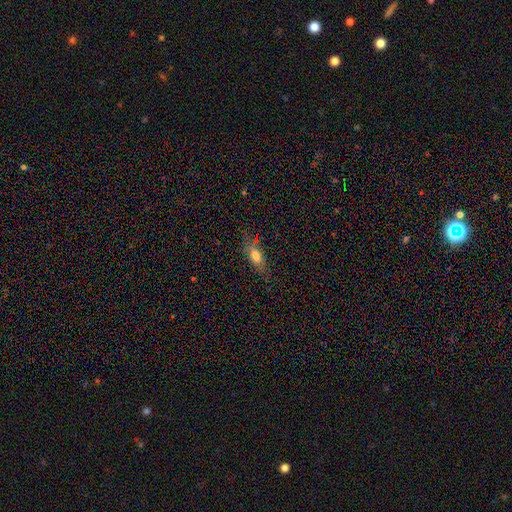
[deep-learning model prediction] smooth_or_featured: smooth (p=0.71) [alt: featured or disk p=0.20]
how_rounded: in between (p=0.72) [alt: cigar-shaped p=0.23]
merging: none (p=0.70) [alt: minor disturbance p=0.20]